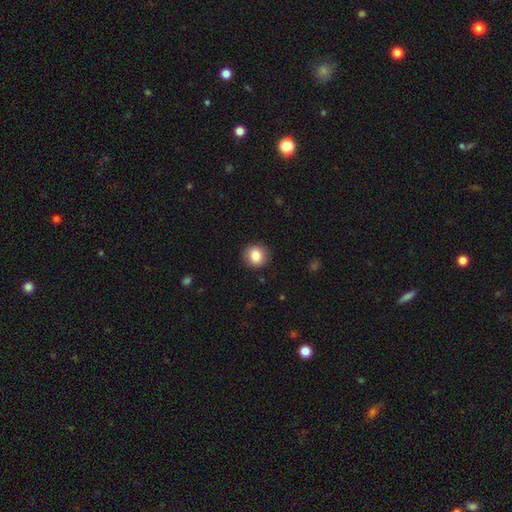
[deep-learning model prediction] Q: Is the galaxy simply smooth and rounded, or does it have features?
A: smooth — 85%.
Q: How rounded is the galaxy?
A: round — 88%.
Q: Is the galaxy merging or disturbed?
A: none — 90%.